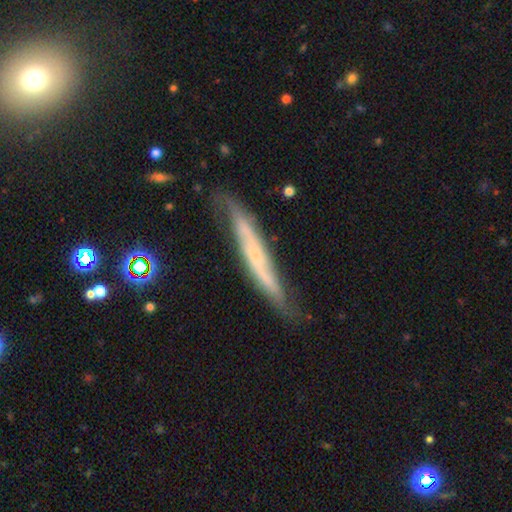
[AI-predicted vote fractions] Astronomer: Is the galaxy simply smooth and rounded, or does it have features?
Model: featured or disk — 59%.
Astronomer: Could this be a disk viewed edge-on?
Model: yes — 76%.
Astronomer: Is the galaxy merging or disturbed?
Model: none — 62%.